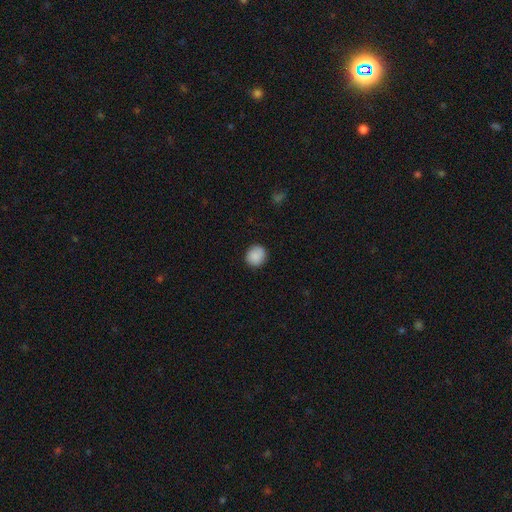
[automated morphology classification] Smooth or featured? Predicted: smooth (p=0.88). How rounded? Predicted: round (p=0.86). Merging? Predicted: none (p=0.88).